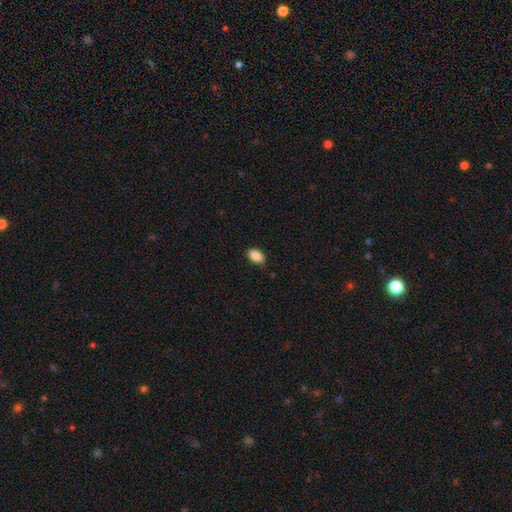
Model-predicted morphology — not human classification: Overall: smooth (88%). How rounded: in between (91%). Merging: none (84%).